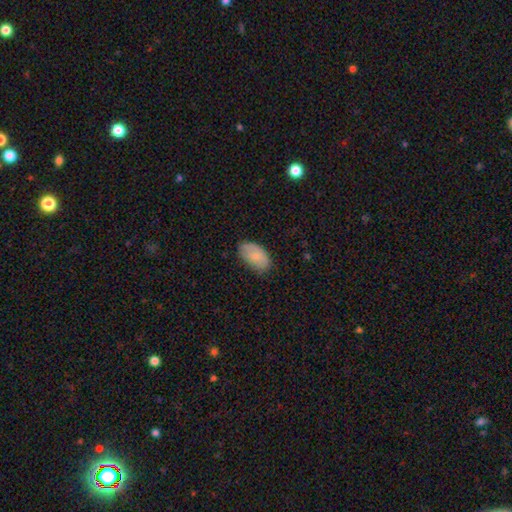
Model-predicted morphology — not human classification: A smooth galaxy with no disk features (81%) that is in between round and cigar-shaped (94%). Merging: none (74%).